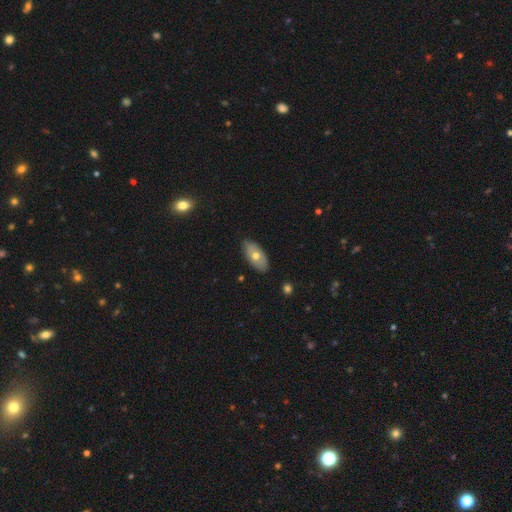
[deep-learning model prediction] smooth 57%, featured or disk 36%, star or artifact 6%. Down the decision tree: how rounded — in between (92%); merging — none (84%).